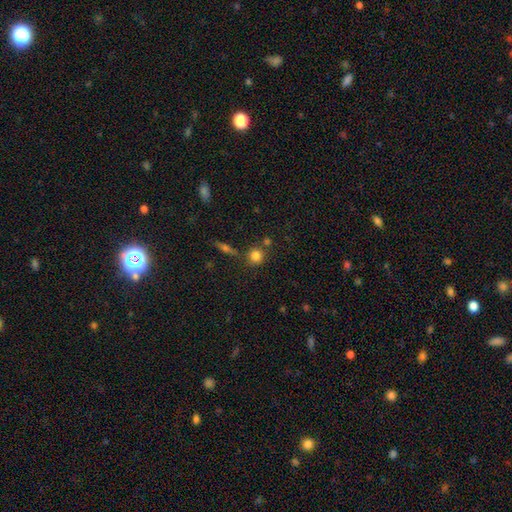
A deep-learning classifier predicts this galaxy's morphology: Smooth or featured?
  - smooth: 80% *
  - star or artifact: 11%
  - featured or disk: 9%
How rounded?
  - round: 88% *
  - in between: 10%
  - cigar-shaped: 2%
Merging?
  - none: 72% *
  - merger: 14%
  - minor disturbance: 10%
  - major disturbance: 4%